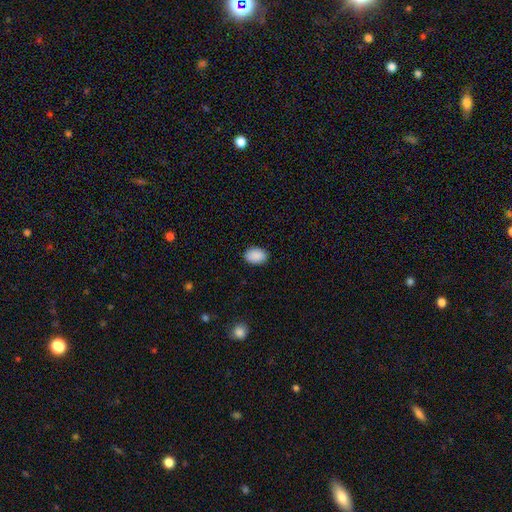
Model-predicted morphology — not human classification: A smooth galaxy with no disk features (91%) that is in between round and cigar-shaped (83%). Merging: none (89%).